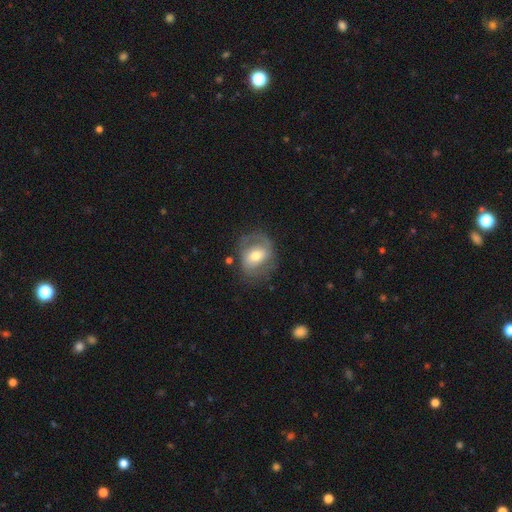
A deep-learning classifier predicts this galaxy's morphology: The model was most divided on "bar": weak: 42%, no: 37%, strong: 21%. More confident: edge-on disk — no (96%); spiral arms — yes (68%); bulge size — moderate (67%); merging — none (63%); smooth or featured — featured or disk (56%).